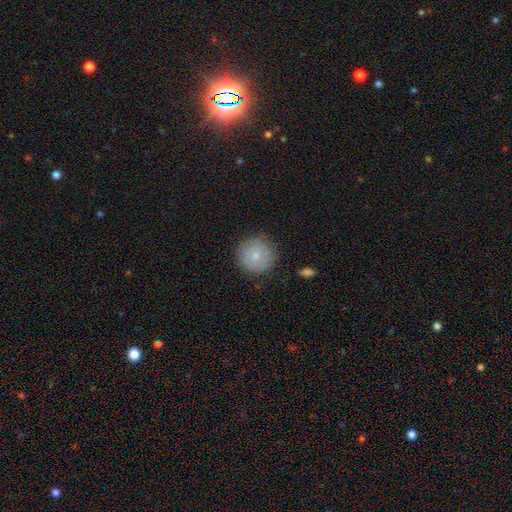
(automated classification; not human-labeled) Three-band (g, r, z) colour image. It shows a smooth galaxy with no disk features (73%) that is round (95%). Merging: none (86%).